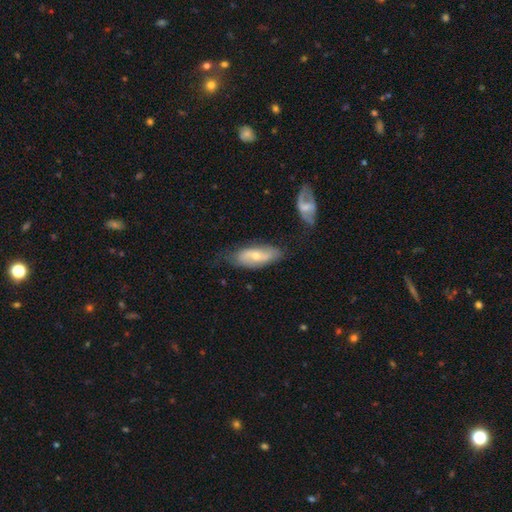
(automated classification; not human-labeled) Smooth or featured? Predicted: featured or disk (p=0.51). Edge-on disk? Predicted: no (p=0.80). Merging? Predicted: none (p=0.66).